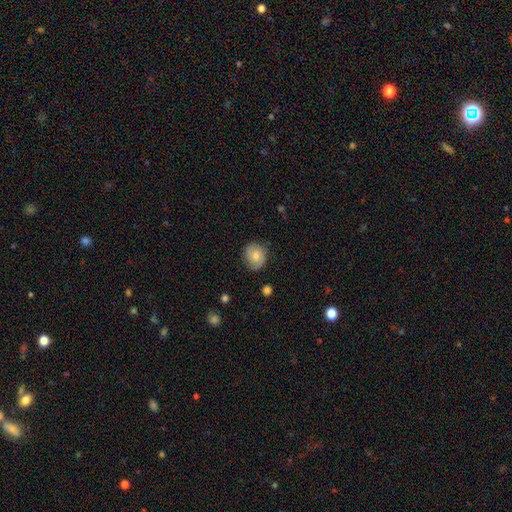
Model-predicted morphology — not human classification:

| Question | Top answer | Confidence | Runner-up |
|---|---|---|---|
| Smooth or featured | smooth | 67% | featured or disk (25%) |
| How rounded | round | 72% | in between (27%) |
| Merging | none | 80% | minor disturbance (16%) |